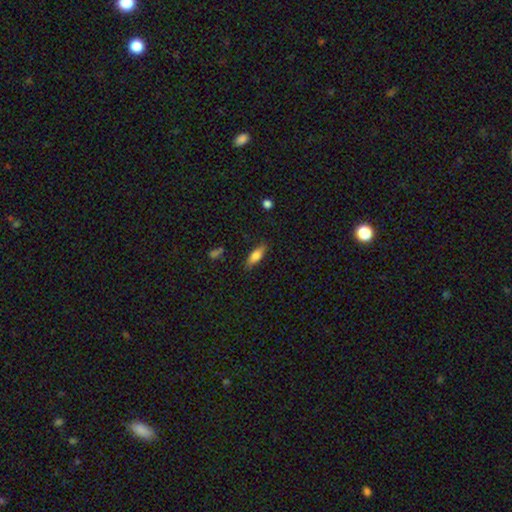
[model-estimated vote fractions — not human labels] Overall: smooth (76%). How rounded: in between (65%; cigar-shaped 33%). Merging: none (83%).